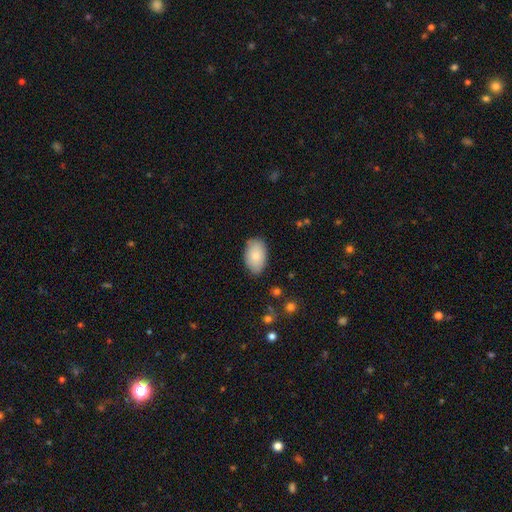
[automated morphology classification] type=smooth (82%); roundness=in between (93%); merging=none (84%).